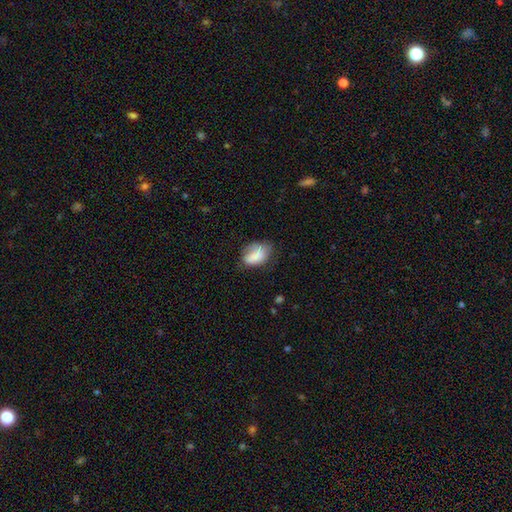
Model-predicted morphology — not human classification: This appears to be a smooth galaxy with no disk features (79%) that is in between round and cigar-shaped (88%). Merging: none (51%).